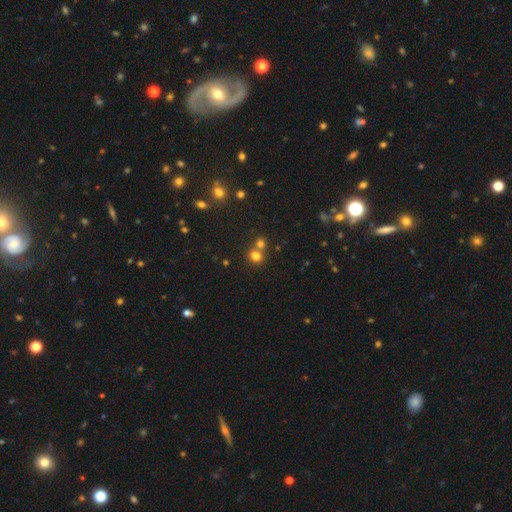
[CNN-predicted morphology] Smooth or featured?
  - smooth: 76% *
  - star or artifact: 17%
  - featured or disk: 7%
How rounded?
  - round: 78% *
  - in between: 21%
  - cigar-shaped: 1%
Merging?
  - none: 54% *
  - merger: 37%
  - minor disturbance: 6%
  - major disturbance: 3%